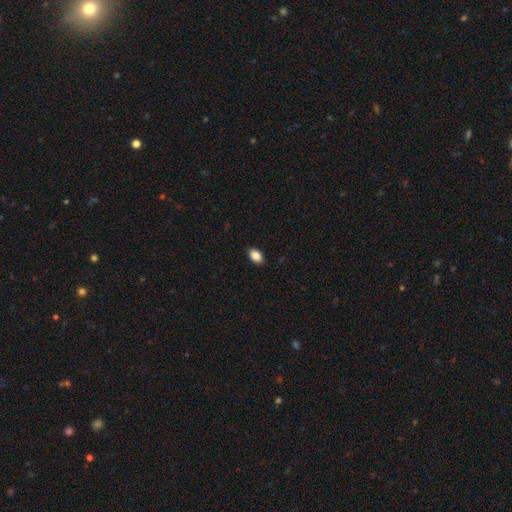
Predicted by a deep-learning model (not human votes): The model was most divided on "how rounded": in between: 88%, round: 10%, cigar-shaped: 2%. More confident: merging — none (90%); smooth or featured — smooth (86%).